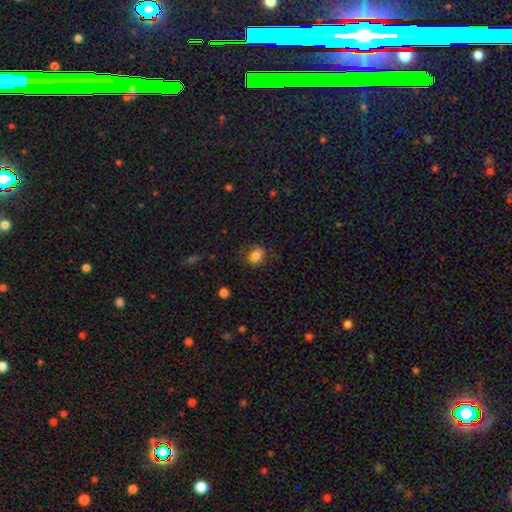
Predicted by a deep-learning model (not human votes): Q: Smooth or featured?
A: smooth (80%); runner-up: featured or disk (10%)
Q: How rounded?
A: in between (66%); runner-up: round (32%)
Q: Merging?
A: none (69%); runner-up: minor disturbance (21%)